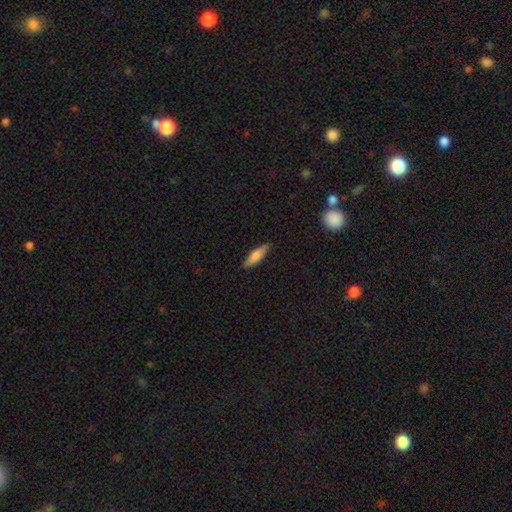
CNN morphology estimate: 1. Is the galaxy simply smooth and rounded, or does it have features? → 72% smooth, 22% featured or disk, 6% star or artifact.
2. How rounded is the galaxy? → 59% cigar-shaped, 39% in between, 2% round.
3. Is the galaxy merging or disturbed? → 87% none, 10% minor disturbance, 2% major disturbance, 1% merger.